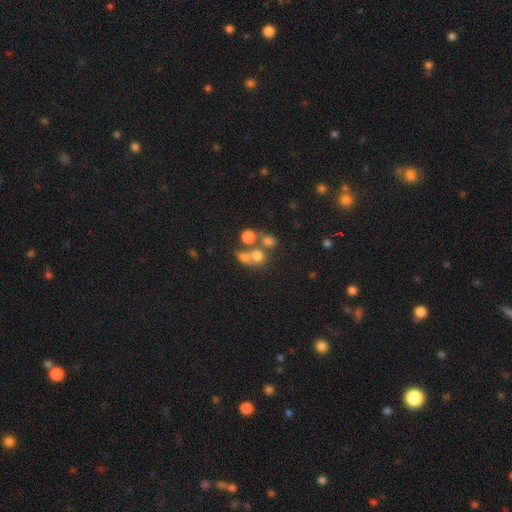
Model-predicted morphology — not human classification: A smooth galaxy with no disk features (60%) that is round (77%).

Vote fractions:
- Smooth or featured? smooth: 60% / star or artifact: 21% / featured or disk: 19%
- How rounded? round: 77% / in between: 21% / cigar-shaped: 1%
- Merging? merger: 45% / none: 39% / minor disturbance: 9% / major disturbance: 8%